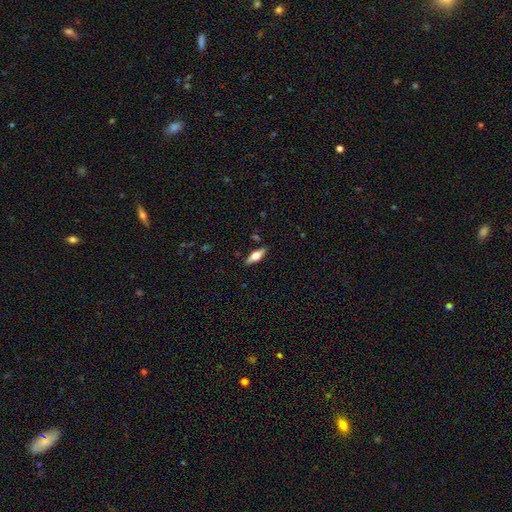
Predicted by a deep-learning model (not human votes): smooth_or_featured: featured or disk (p=0.47) [alt: smooth p=0.46]
merging: none (p=0.87) [alt: minor disturbance p=0.10]